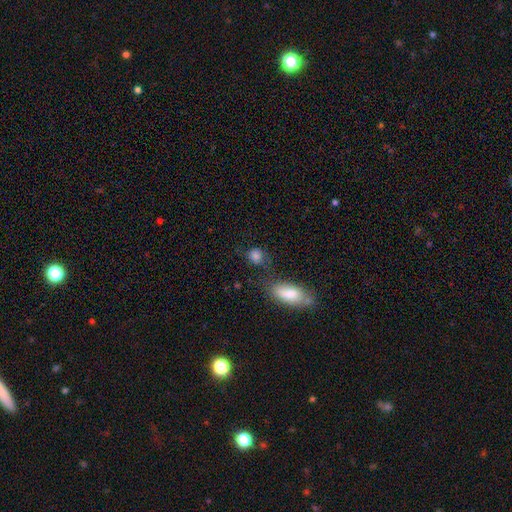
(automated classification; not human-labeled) Smooth or featured: smooth — 81% (star or artifact — 11%)
How rounded: round — 57% (in between — 39%)
Merging: none — 58% (minor disturbance — 17%)